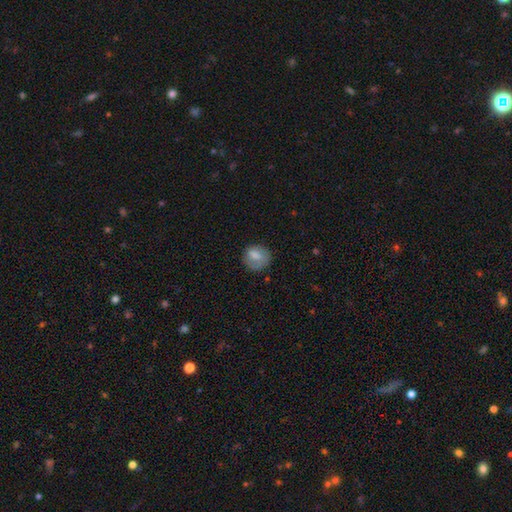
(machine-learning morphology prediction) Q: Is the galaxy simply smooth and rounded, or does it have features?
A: smooth — 76%.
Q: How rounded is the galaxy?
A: round — 77%.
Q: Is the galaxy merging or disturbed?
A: none — 65%.